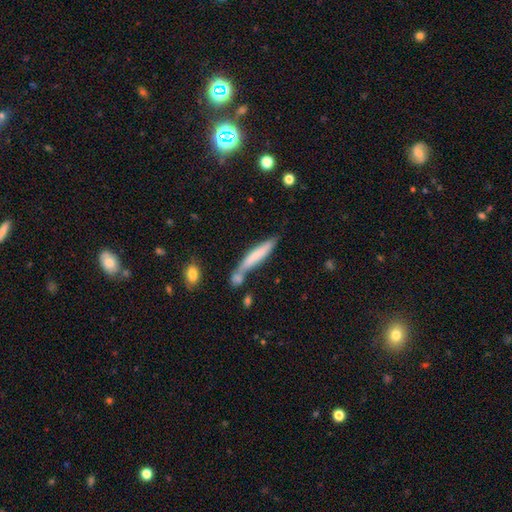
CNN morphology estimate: The model was most divided on "merging": none: 50%, merger: 25%, minor disturbance: 18%, major disturbance: 7%. More confident: how rounded — cigar-shaped (89%); smooth or featured — smooth (67%).